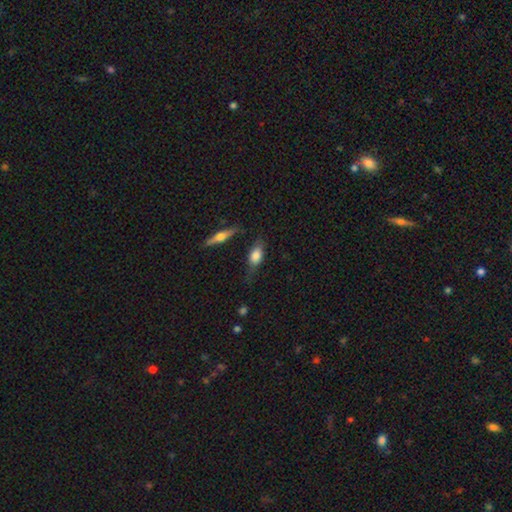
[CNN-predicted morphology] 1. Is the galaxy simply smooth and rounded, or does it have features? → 70% smooth, 23% featured or disk, 7% star or artifact.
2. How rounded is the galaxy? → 77% in between, 16% cigar-shaped, 7% round.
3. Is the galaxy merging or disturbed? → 63% none, 25% minor disturbance, 8% major disturbance, 4% merger.